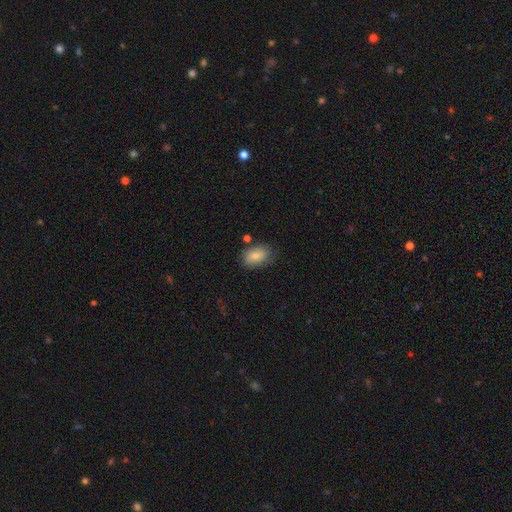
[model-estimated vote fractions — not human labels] The model was most divided on "merging": none: 73%, minor disturbance: 18%, major disturbance: 4%, merger: 4%. More confident: how rounded — in between (87%); smooth or featured — smooth (81%).